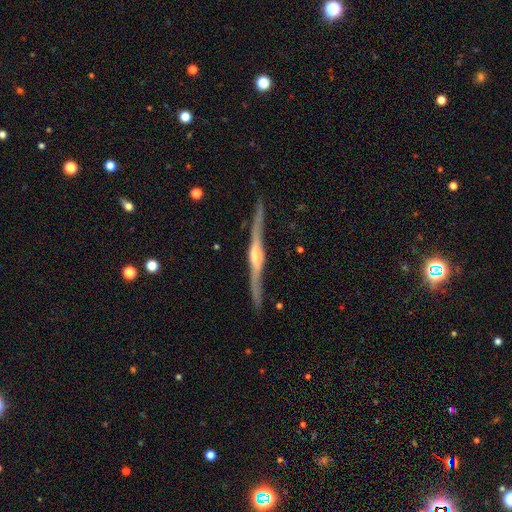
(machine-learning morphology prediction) This appears to be a featured or disk galaxy (85%) viewed edge-on (97%) with a rounded central bulge (79%). Merging: none (86%).